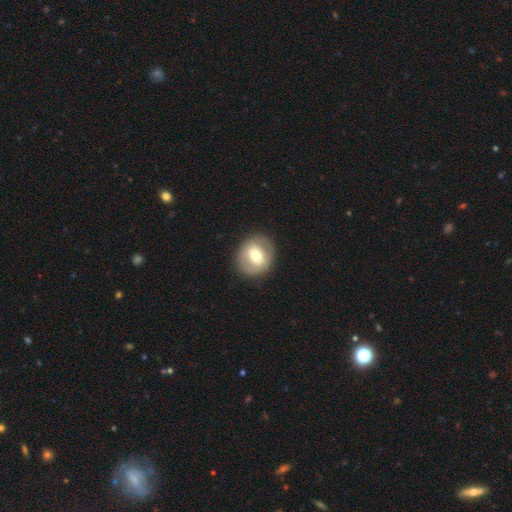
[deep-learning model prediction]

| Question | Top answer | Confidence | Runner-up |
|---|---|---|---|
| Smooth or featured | smooth | 54% | featured or disk (39%) |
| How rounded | round | 78% | in between (21%) |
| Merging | none | 86% | minor disturbance (9%) |